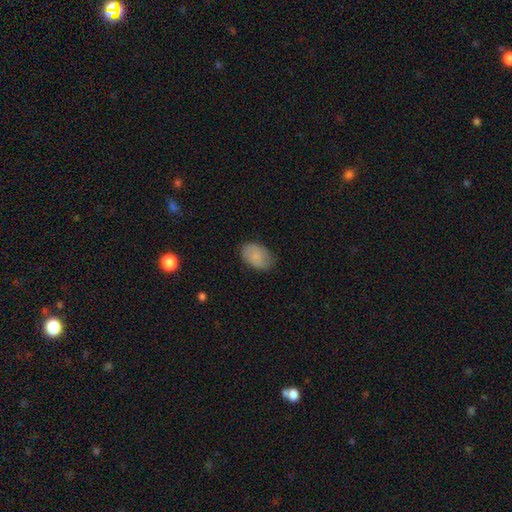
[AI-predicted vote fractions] smooth 78%, featured or disk 14%, star or artifact 7%. Down the decision tree: how rounded — in between (89%); merging — none (78%).